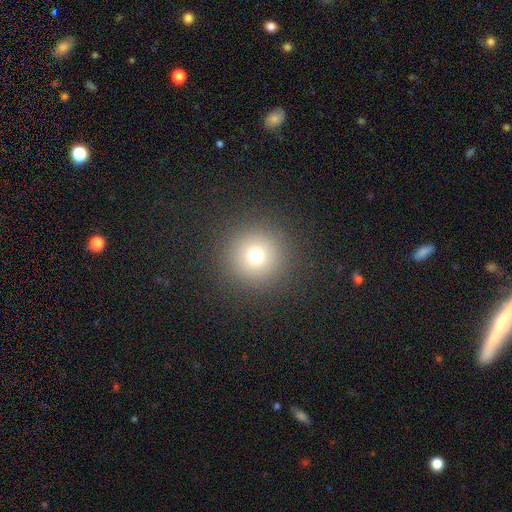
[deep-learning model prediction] Smooth or featured: smooth — 72% (star or artifact — 18%)
How rounded: round — 96% (in between — 3%)
Merging: none — 91% (minor disturbance — 5%)